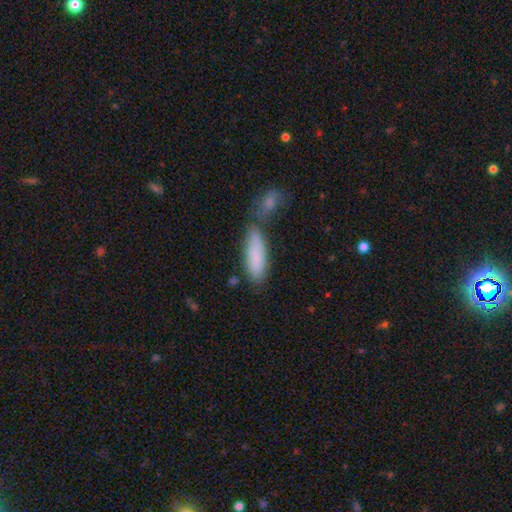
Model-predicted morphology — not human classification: smooth-or-featured: smooth: 81% | featured or disk: 12% | star or artifact: 7%
  how-rounded: in between: 60% | cigar-shaped: 38% | round: 2%
  merging: none: 50% | merger: 27% | minor disturbance: 17% | major disturbance: 6%